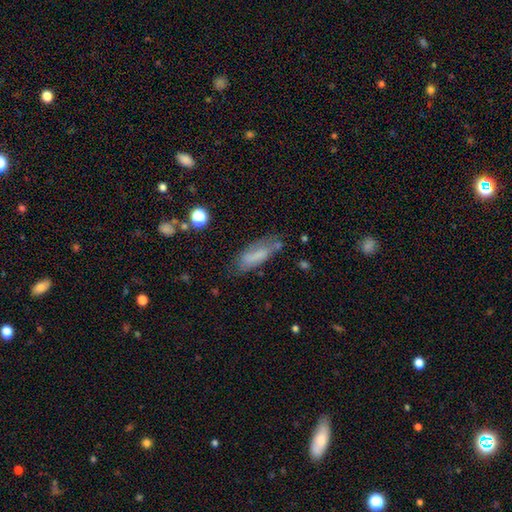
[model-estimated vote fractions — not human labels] A smooth galaxy with no disk features (67%) that is in between round and cigar-shaped (53%). Merging: none (57%).